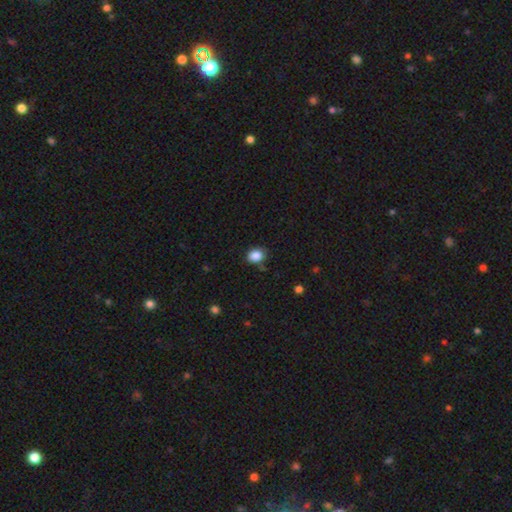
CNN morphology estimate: smooth 87%, star or artifact 10%, featured or disk 4%. Down the decision tree: how rounded — in between (56%); merging — none (80%).